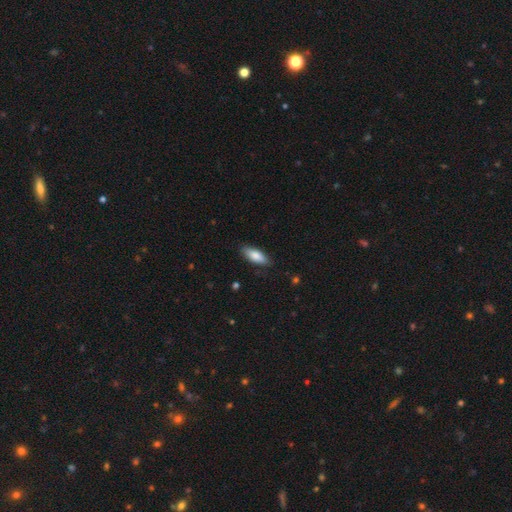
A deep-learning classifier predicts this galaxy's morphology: This appears to be a smooth galaxy with no disk features (81%) that is in between round and cigar-shaped (71%). Merging: none (85%).